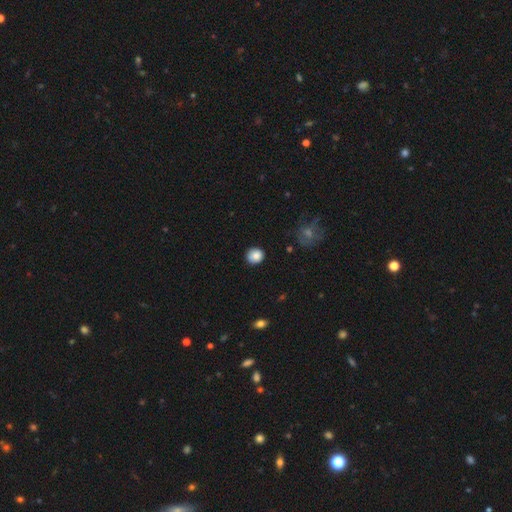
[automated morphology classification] This appears to be a smooth galaxy with no disk features (85%) that is round (88%). Merging: none (86%).